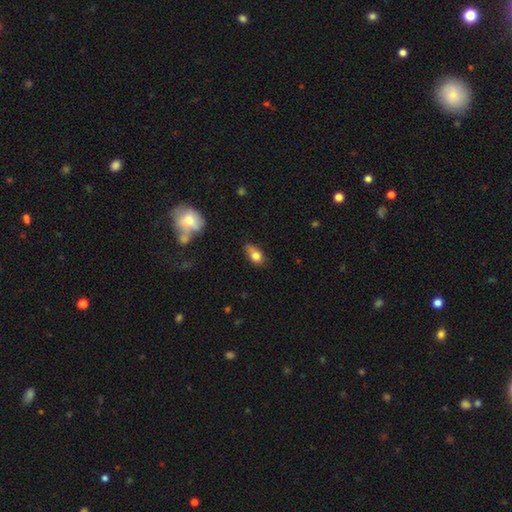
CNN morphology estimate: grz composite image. It shows a smooth galaxy with no disk features (76%) that is in between round and cigar-shaped (77%). Merging: none (46%).